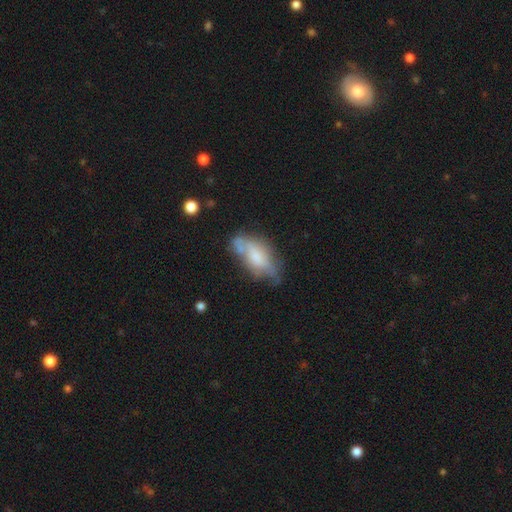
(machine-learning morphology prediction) type=smooth (50%); roundness=in between (82%); merging=none (41%).